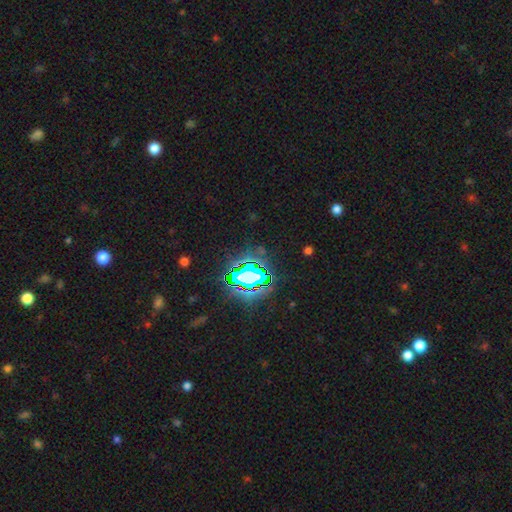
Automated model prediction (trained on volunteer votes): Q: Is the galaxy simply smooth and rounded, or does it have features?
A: star or artifact — 84%.